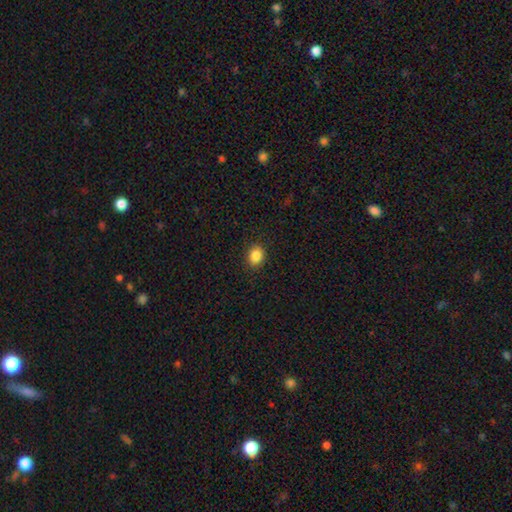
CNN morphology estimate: type=smooth (87%); roundness=round (51%); merging=none (89%).